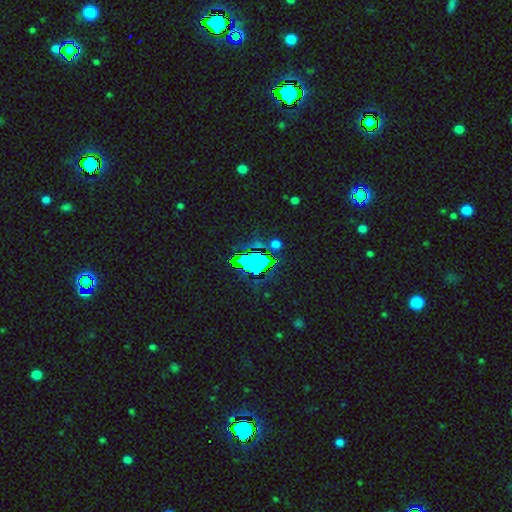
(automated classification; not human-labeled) A star or artifact, not a galaxy (67%).